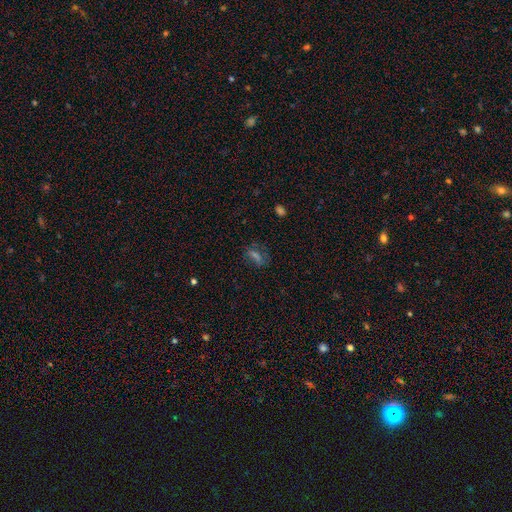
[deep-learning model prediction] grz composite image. It shows a smooth galaxy with no disk features (39%). Merging: none (70%).